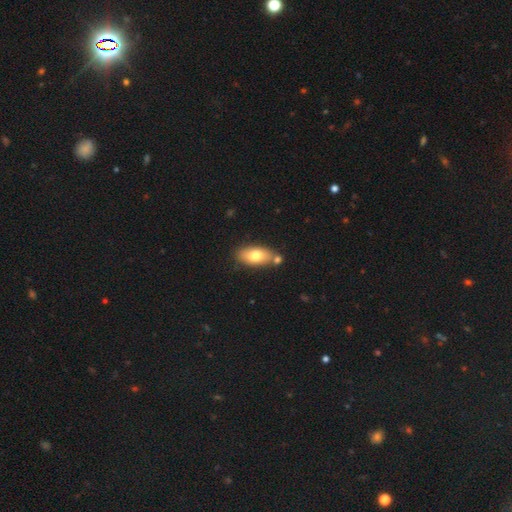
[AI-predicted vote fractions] Smooth or featured? smooth (74%)
How rounded? in between (90%)
Merging? none (69%)